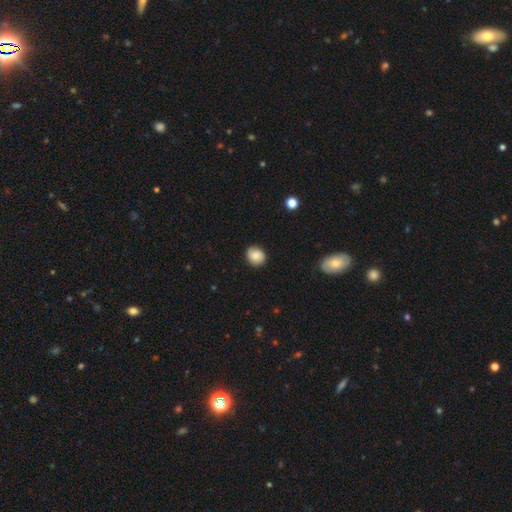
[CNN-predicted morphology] type=smooth (81%); roundness=round (73%); merging=none (86%).